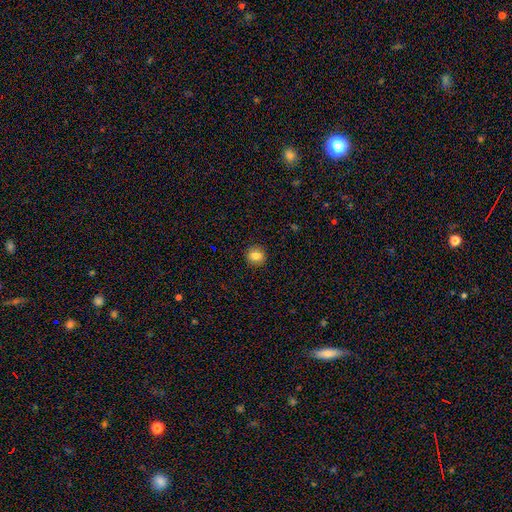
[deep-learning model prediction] Q: Smooth or featured?
A: smooth (82%); runner-up: star or artifact (10%)
Q: How rounded?
A: round (84%); runner-up: in between (15%)
Q: Merging?
A: none (90%); runner-up: minor disturbance (7%)